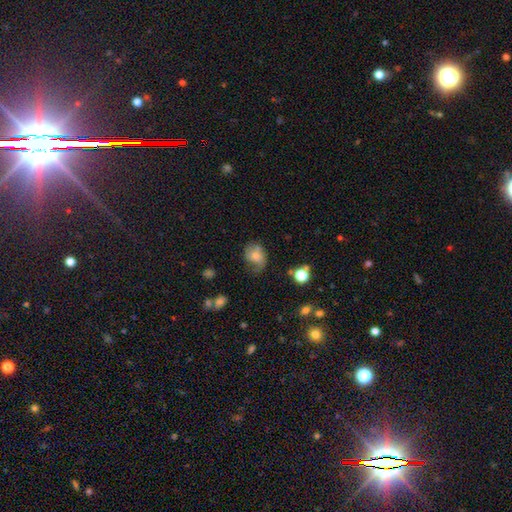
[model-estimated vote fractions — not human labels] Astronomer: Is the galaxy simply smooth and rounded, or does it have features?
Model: smooth — 59%.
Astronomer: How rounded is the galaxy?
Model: in between — 58% (runner-up: round, 41%).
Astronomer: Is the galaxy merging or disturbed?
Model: none — 42% (runner-up: minor disturbance, 32%).